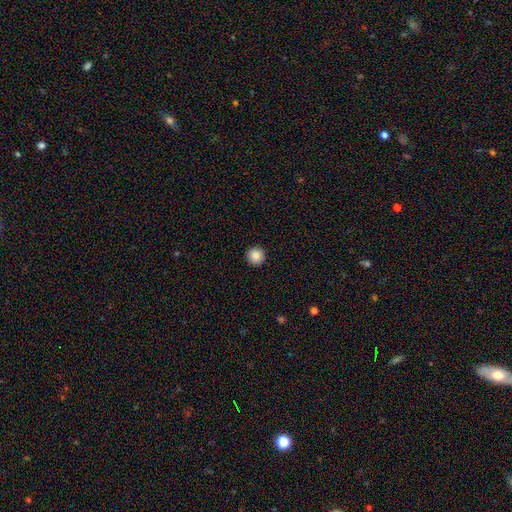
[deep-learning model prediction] smooth 87%, star or artifact 9%, featured or disk 4%. Down the decision tree: how rounded — round (96%); merging — none (93%).